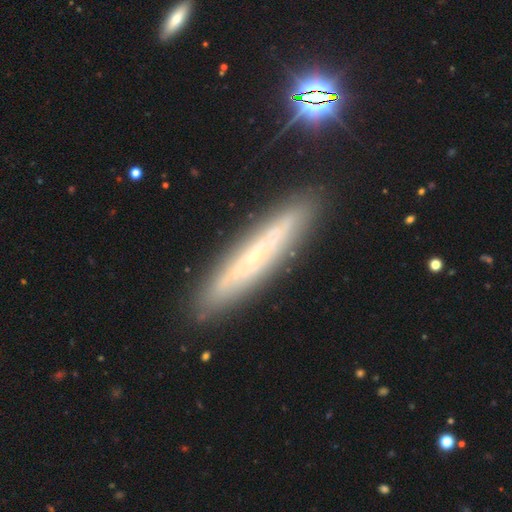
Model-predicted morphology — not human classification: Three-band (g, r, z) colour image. It shows a featured or disk galaxy (60%) viewed edge-on (69%). Merging: none (87%).